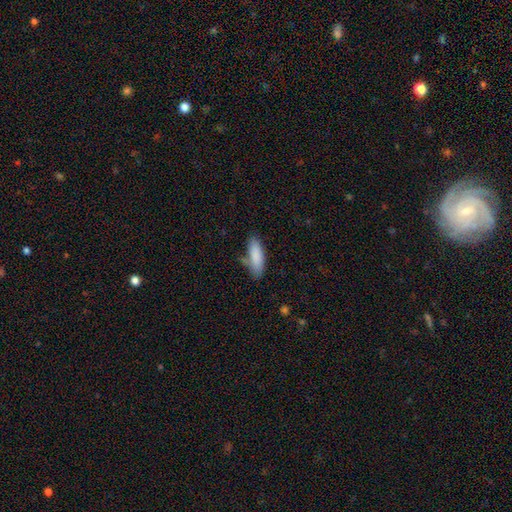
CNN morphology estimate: A smooth galaxy with no disk features (87%) that is in between round and cigar-shaped (58%).

Vote fractions:
- Smooth or featured? smooth: 87% / featured or disk: 7% / star or artifact: 6%
- How rounded? in between: 58% / cigar-shaped: 40% / round: 2%
- Merging? none: 69% / minor disturbance: 20% / merger: 7% / major disturbance: 4%